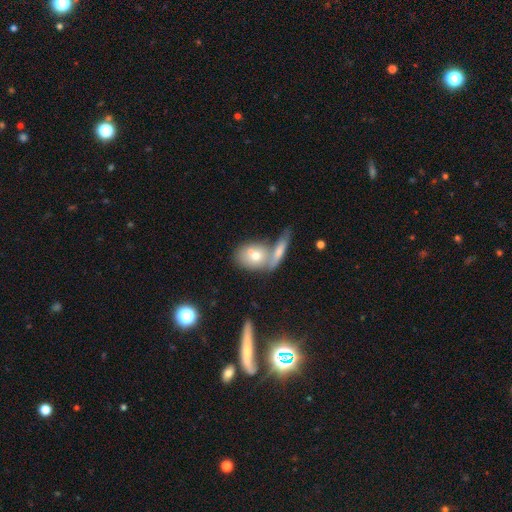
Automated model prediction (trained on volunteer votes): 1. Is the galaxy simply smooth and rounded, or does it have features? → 56% smooth, 32% featured or disk, 12% star or artifact.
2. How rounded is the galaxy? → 61% in between, 27% round, 12% cigar-shaped.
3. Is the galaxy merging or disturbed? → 42% merger (tied), 42% none (tied), 11% minor disturbance, 5% major disturbance.